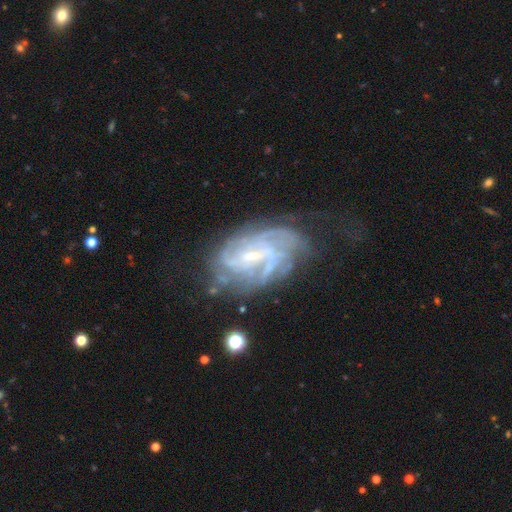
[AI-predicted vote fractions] Morphology: type=featured or disk (85%); edge-on=no (96%); bar=weak (51%); spiral arms=yes (92%); winding=tight (53%); arm count=can't tell (39%); bulge=small (64%); merging=none (53%).